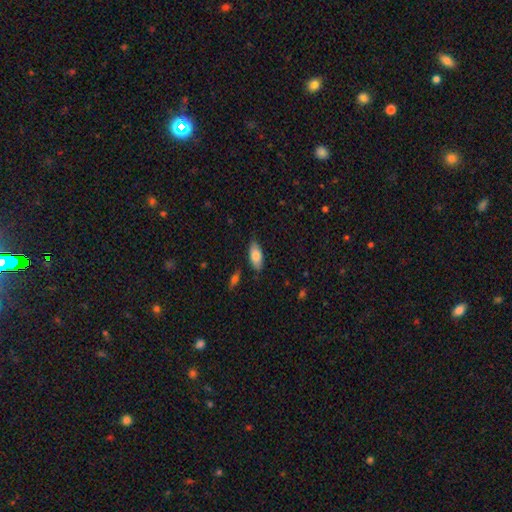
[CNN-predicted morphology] smooth 79%, featured or disk 14%, star or artifact 6%. Down the decision tree: how rounded — in between (88%); merging — none (81%).